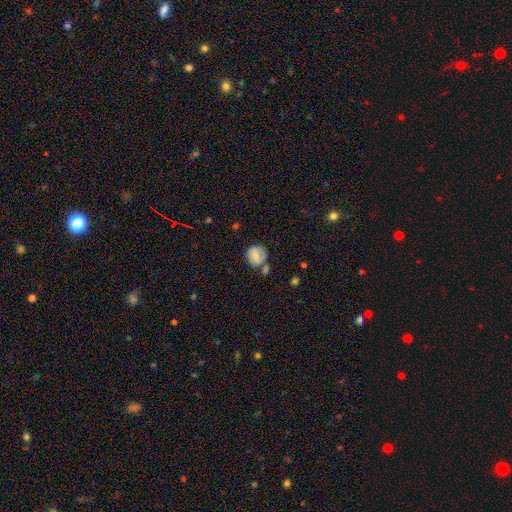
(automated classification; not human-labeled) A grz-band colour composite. It shows a smooth galaxy with no disk features (62%) that is round (78%). Merging: none (51%).